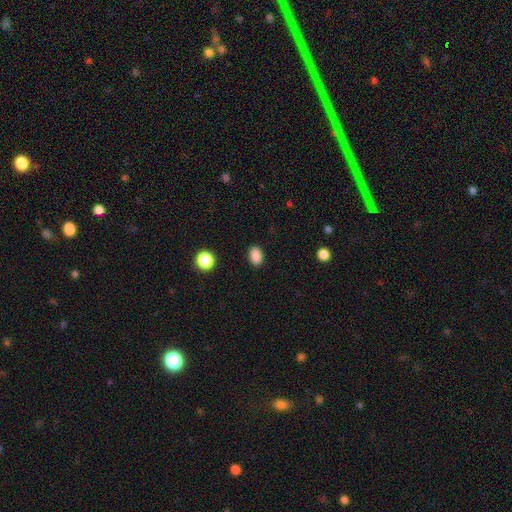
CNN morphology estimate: Smooth or featured? smooth (87%)
How rounded? in between (82%)
Merging? none (89%)